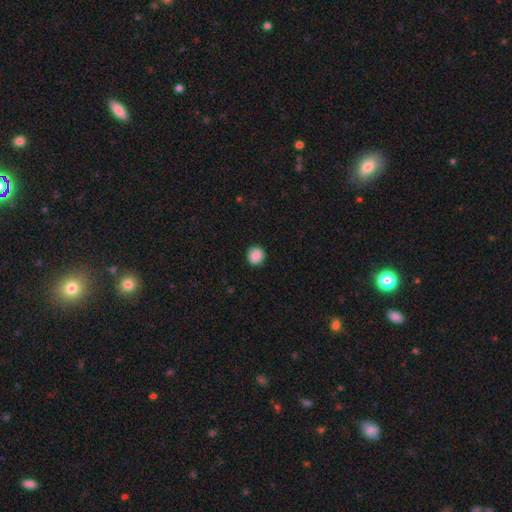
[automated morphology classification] smooth-or-featured: smooth: 89% | star or artifact: 9% | featured or disk: 2%
  how-rounded: round: 89% | in between: 10% | cigar-shaped: 1%
  merging: none: 92% | minor disturbance: 6% | major disturbance: 2% | merger: 1%